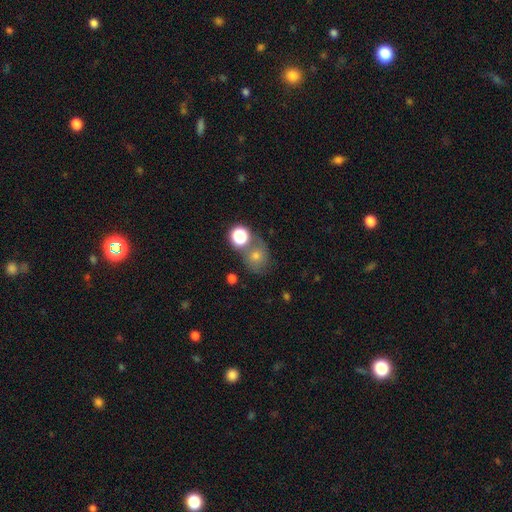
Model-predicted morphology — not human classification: The model was most divided on "smooth or featured": smooth: 56%, star or artifact: 25%, featured or disk: 19%. More confident: how rounded — round (75%); merging — none (61%).